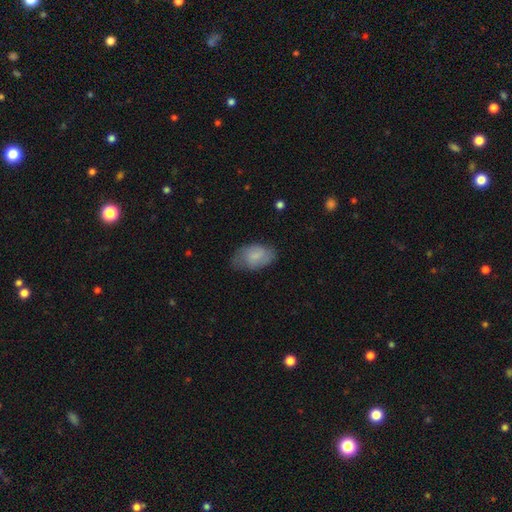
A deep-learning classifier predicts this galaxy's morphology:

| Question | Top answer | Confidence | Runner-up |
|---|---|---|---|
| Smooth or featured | smooth | 75% | featured or disk (19%) |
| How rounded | in between | 92% | round (6%) |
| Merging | none | 62% | minor disturbance (28%) |